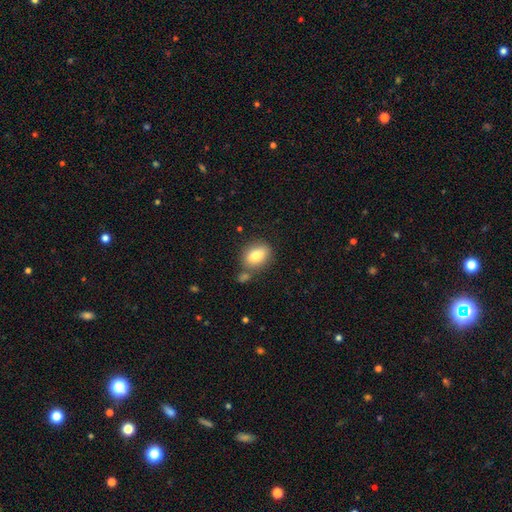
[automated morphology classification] Q: Smooth or featured?
A: smooth (81%); runner-up: featured or disk (11%)
Q: How rounded?
A: in between (74%); runner-up: round (24%)
Q: Merging?
A: none (68%); runner-up: minor disturbance (15%)